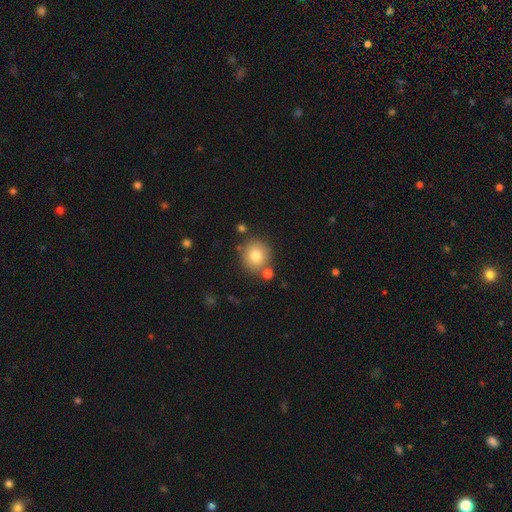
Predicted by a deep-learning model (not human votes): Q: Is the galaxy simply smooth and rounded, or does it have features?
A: smooth — 80%.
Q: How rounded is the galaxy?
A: round — 88%.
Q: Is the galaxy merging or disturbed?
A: none — 76%.